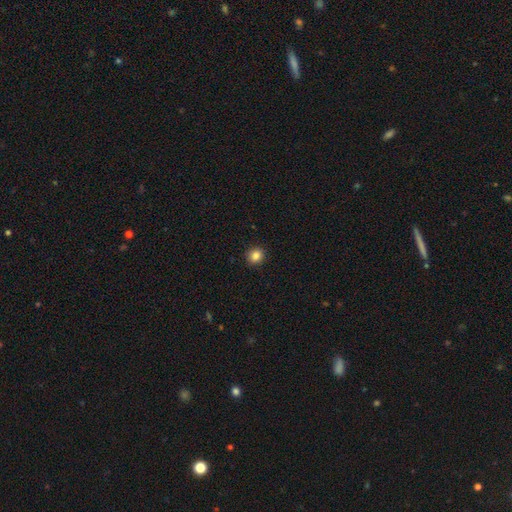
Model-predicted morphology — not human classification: A smooth galaxy with no disk features (85%) that is round (88%). Merging: none (92%).